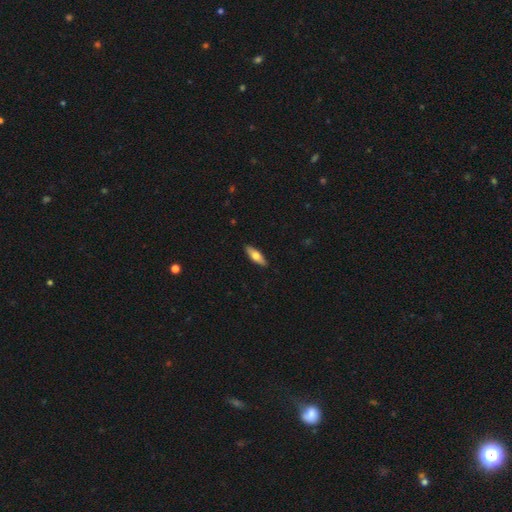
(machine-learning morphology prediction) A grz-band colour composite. It shows a smooth galaxy with no disk features (64%) that is in between round and cigar-shaped (55%). Merging: none (90%).